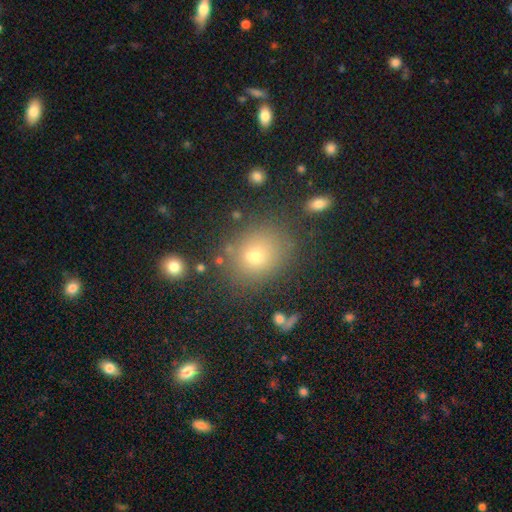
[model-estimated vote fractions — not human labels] Q: Smooth or featured?
A: smooth (73%); runner-up: star or artifact (16%)
Q: How rounded?
A: round (59%); runner-up: in between (40%)
Q: Merging?
A: none (73%); runner-up: minor disturbance (14%)